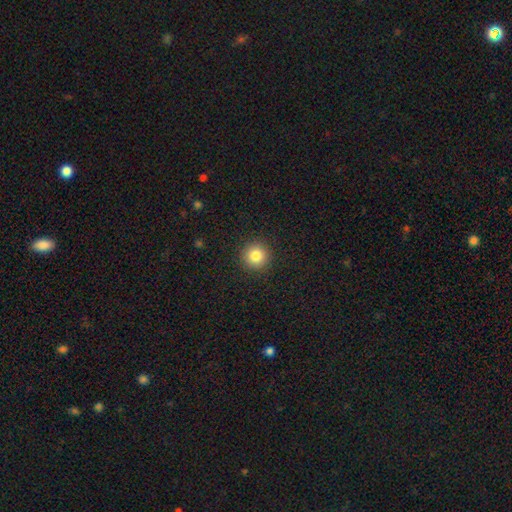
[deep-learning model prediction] A smooth galaxy with no disk features (83%) that is round (95%). Merging: none (92%).